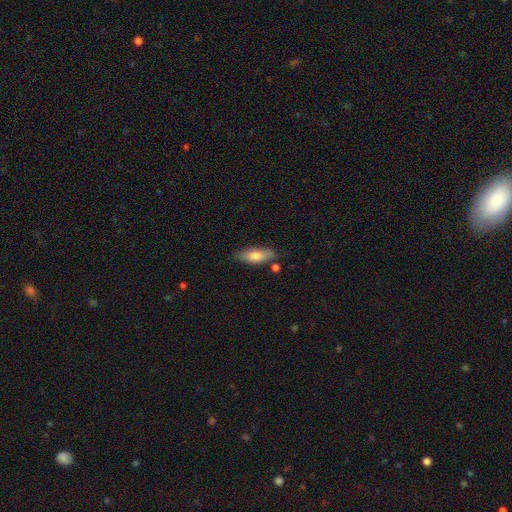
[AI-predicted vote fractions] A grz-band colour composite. It shows a smooth galaxy with no disk features (73%) that is in between round and cigar-shaped (67%). Merging: none (74%).